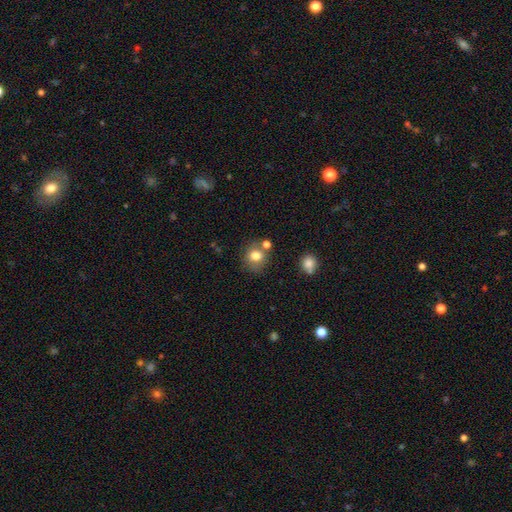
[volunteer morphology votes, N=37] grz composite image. It shows a smooth galaxy with no disk features (95%) that is round (63%). Merging: none (76%).